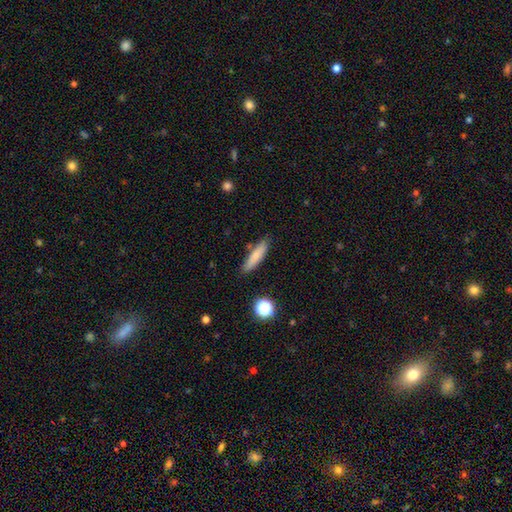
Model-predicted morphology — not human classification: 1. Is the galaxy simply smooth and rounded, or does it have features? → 78% smooth, 13% featured or disk, 8% star or artifact.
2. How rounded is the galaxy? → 75% cigar-shaped, 22% in between, 2% round.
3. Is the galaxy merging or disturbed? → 81% none, 12% minor disturbance, 3% merger, 3% major disturbance.